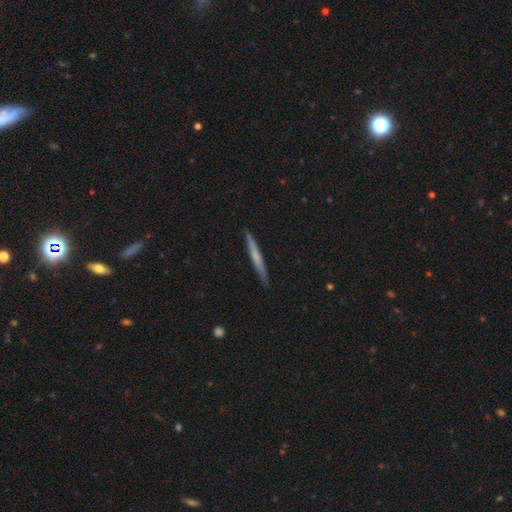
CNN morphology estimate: Smooth or featured?
  - smooth: 50% *
  - featured or disk: 45%
  - star or artifact: 5%
Merging?
  - none: 90% *
  - minor disturbance: 8%
  - major disturbance: 1%
  - merger: 1%